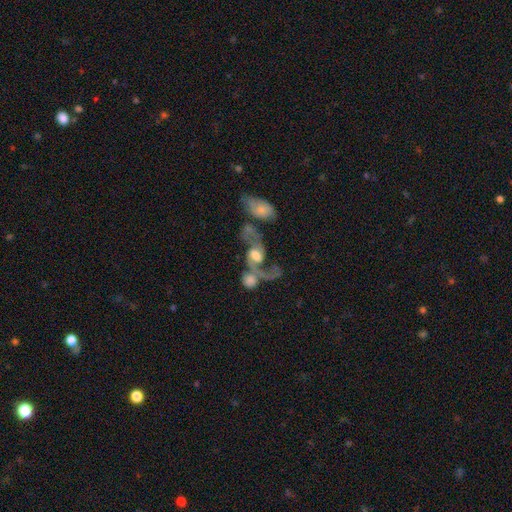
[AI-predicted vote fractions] The model was most divided on "bar": weak: 43%, no: 40%, strong: 17%. Remaining: edge-on disk — no (95%); spiral arms — yes (89%); spiral arm count — 2 (85%); smooth or featured — featured or disk (78%); spiral winding — loose (68%); bulge size — moderate (51%); merging — merger (48%).